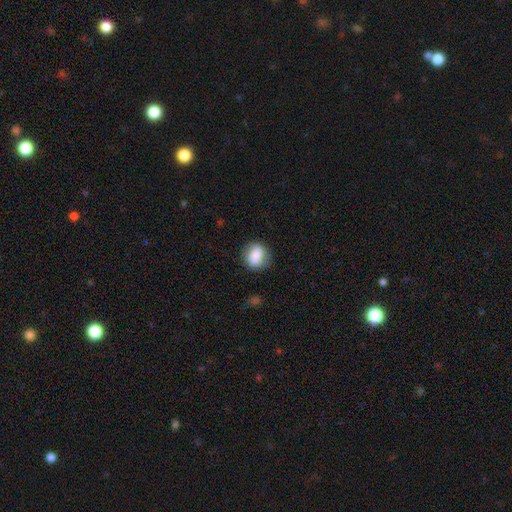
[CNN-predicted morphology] Smooth or featured? Predicted: smooth (p=0.81). How rounded? Predicted: round (p=0.66). Merging? Predicted: none (p=0.80).